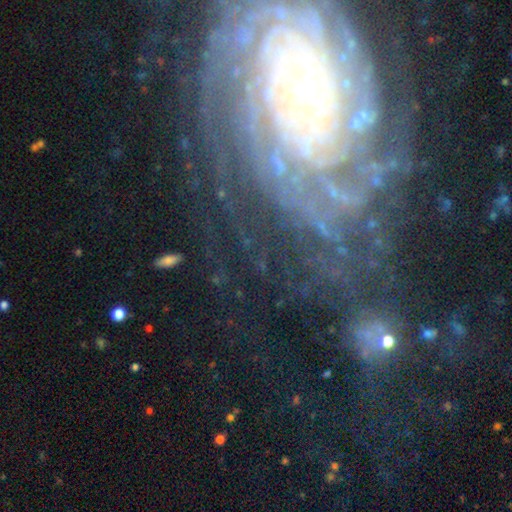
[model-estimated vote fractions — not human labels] Morphology: type=featured or disk (82%); edge-on=no (96%); bar=no (74%); spiral arms=yes (96%); winding=tight (78%); arm count=more than 4 (29%); bulge=small (79%); merging=none (71%).